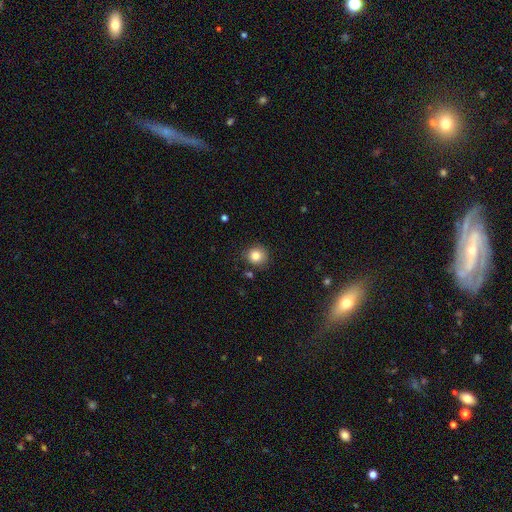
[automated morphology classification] smooth-or-featured: smooth: 82% | star or artifact: 11% | featured or disk: 7%
  how-rounded: round: 89% | in between: 10% | cigar-shaped: 1%
  merging: none: 83% | minor disturbance: 11% | merger: 3% | major disturbance: 3%